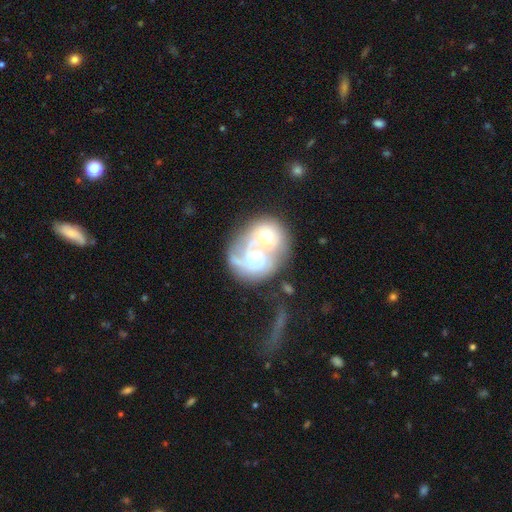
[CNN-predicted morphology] type=featured or disk (65%); edge-on=no (98%); bar=no (78%); spiral arms=yes (59%); bulge=moderate (52%); merging=merger (65%).